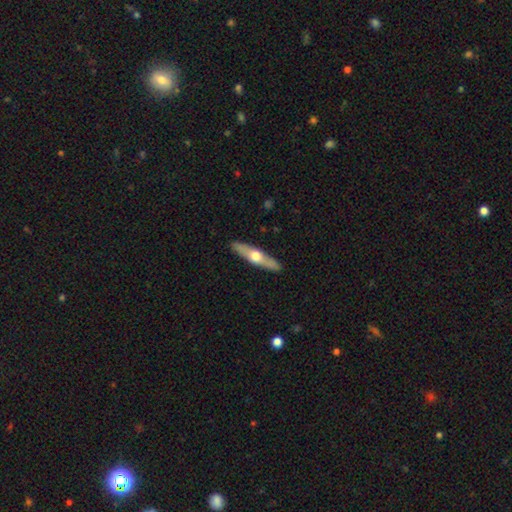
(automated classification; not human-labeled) Morphology: type=featured or disk (57%); edge-on=yes (90%); edge-on bulge=rounded (94%); merging=none (90%).